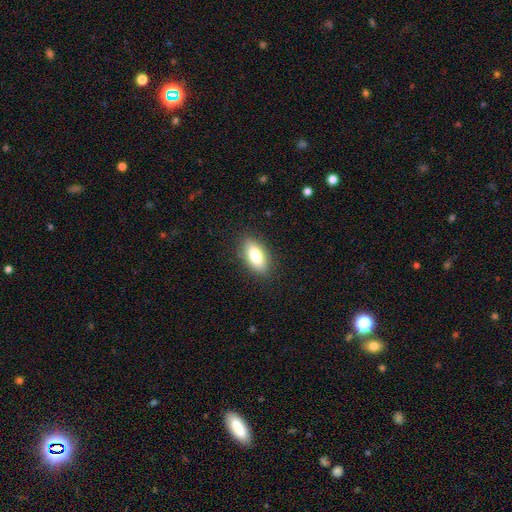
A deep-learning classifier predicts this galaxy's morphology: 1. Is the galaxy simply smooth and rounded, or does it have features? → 80% smooth, 13% featured or disk, 7% star or artifact.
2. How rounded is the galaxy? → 88% in between, 8% cigar-shaped, 4% round.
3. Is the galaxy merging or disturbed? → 86% none, 10% minor disturbance, 3% major disturbance, 1% merger.